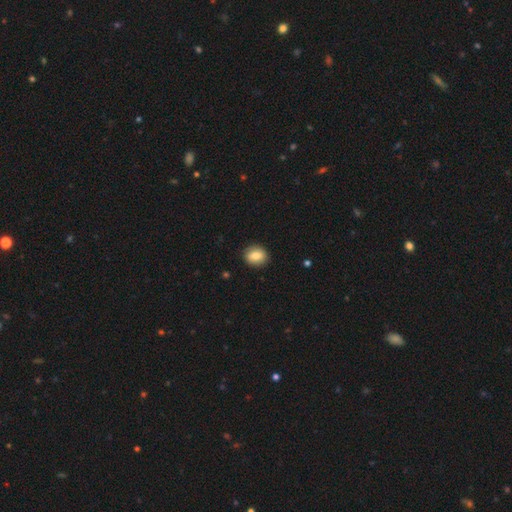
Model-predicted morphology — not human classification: This is clearly a smooth galaxy (82%). How rounded: likely round (64%). Merging: clearly none (88%).